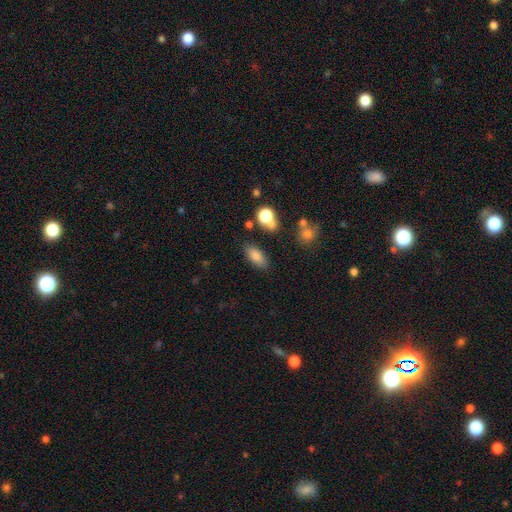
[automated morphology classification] Smooth or featured?
  - smooth: 82% *
  - star or artifact: 10%
  - featured or disk: 9%
How rounded?
  - in between: 85% *
  - cigar-shaped: 9%
  - round: 5%
Merging?
  - none: 80% *
  - minor disturbance: 11%
  - merger: 5%
  - major disturbance: 4%